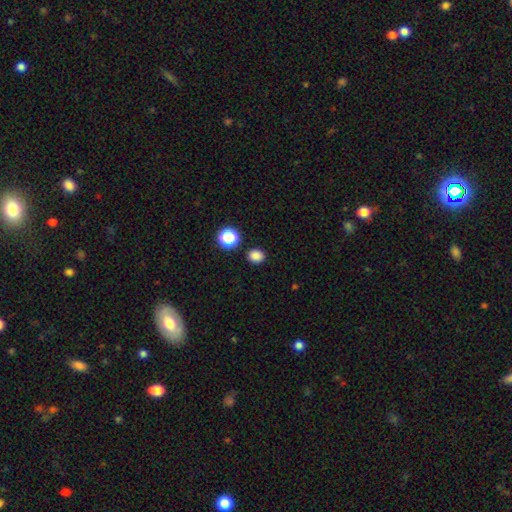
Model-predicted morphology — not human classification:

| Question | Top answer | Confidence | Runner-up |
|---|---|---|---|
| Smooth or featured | smooth | 83% | star or artifact (13%) |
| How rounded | round | 70% | in between (29%) |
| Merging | none | 88% | minor disturbance (7%) |